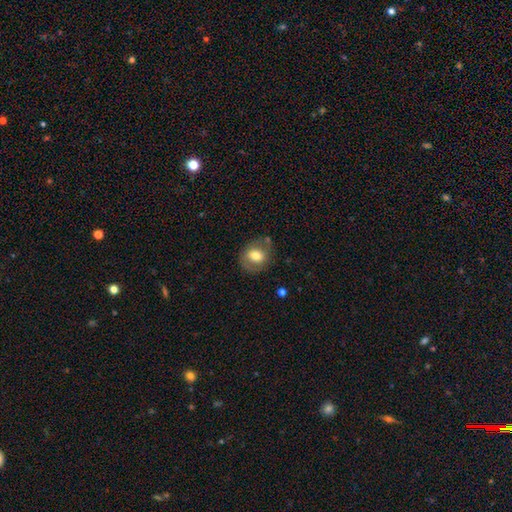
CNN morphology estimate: Smooth or featured: smooth — 60% (featured or disk — 32%)
How rounded: round — 55% (in between — 44%)
Merging: none — 72% (minor disturbance — 17%)